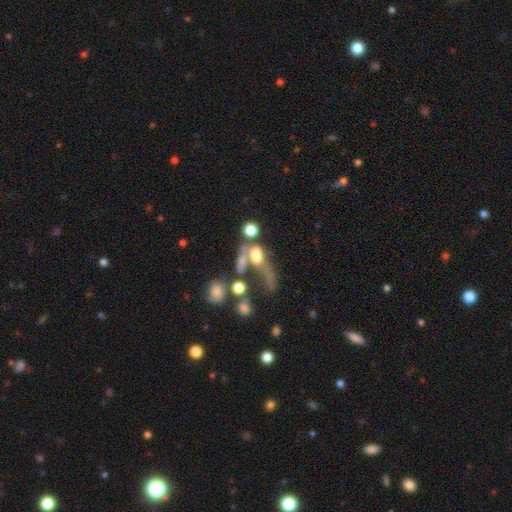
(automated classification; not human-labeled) This is possibly a smooth galaxy (54%). How rounded: likely in between (66%). Merging: possibly merger (48%).